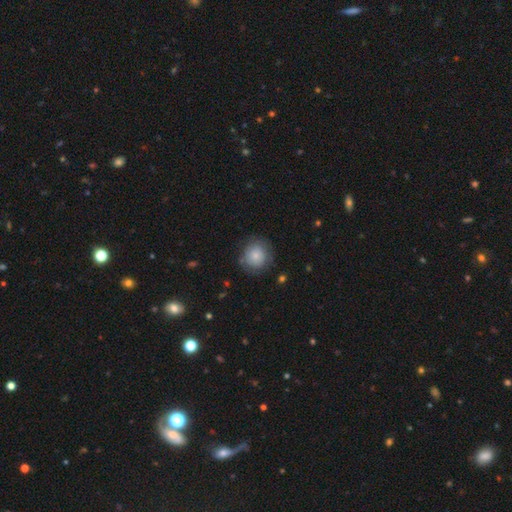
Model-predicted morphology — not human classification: smooth 79%, featured or disk 13%, star or artifact 8%. Down the decision tree: how rounded — round (88%); merging — none (78%).